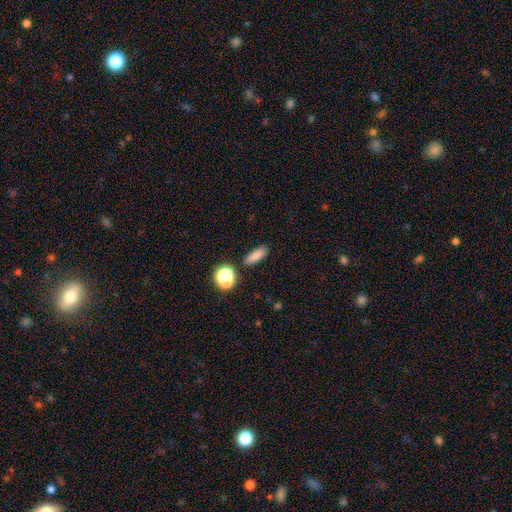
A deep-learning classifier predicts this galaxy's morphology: type=smooth (81%); roundness=in between (61%); merging=none (83%).